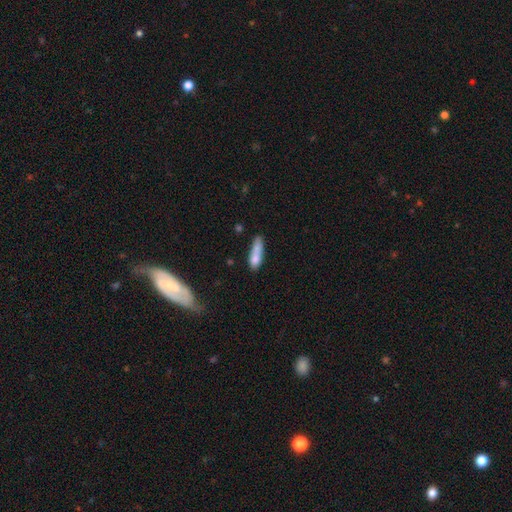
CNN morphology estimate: smooth 76%, featured or disk 16%, star or artifact 8%. Down the decision tree: how rounded — cigar-shaped (60%); merging — none (42%).